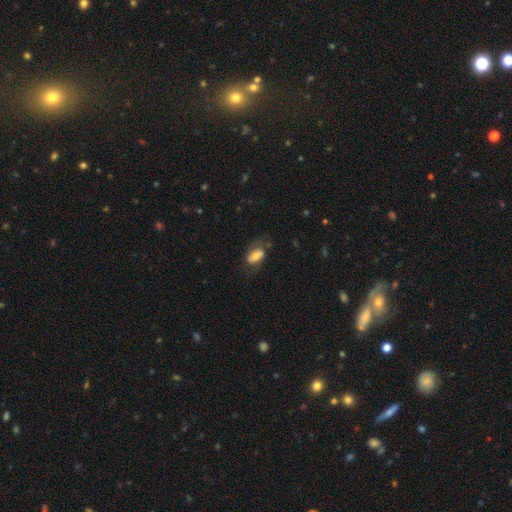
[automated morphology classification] Smooth or featured? Predicted: smooth (p=0.63). How rounded? Predicted: in between (p=0.90). Merging? Predicted: none (p=0.54).